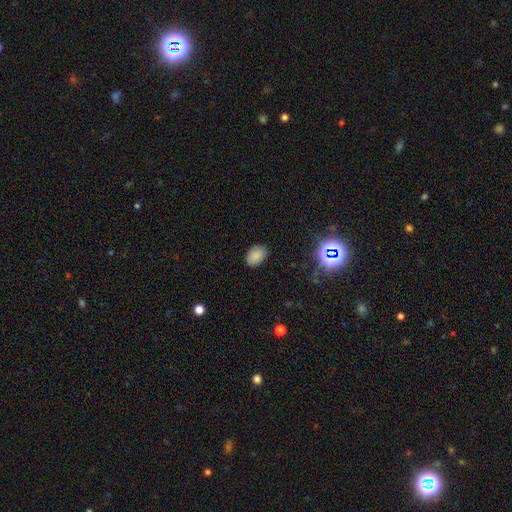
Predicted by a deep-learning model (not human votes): Morphology: type=smooth (83%); roundness=in between (83%); merging=none (84%).